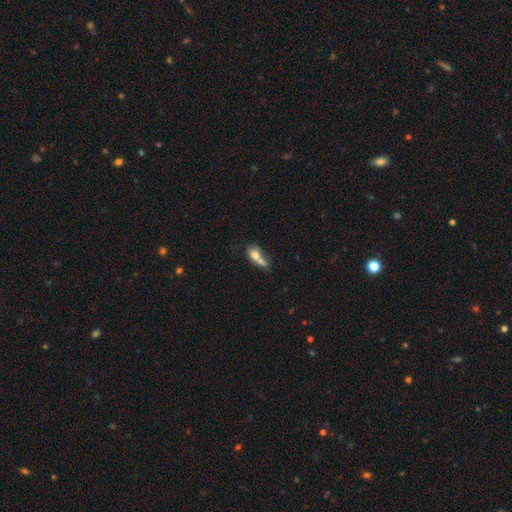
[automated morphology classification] This appears to be a smooth galaxy with no disk features (67%) that is in between round and cigar-shaped (65%). Merging: merger (57%).